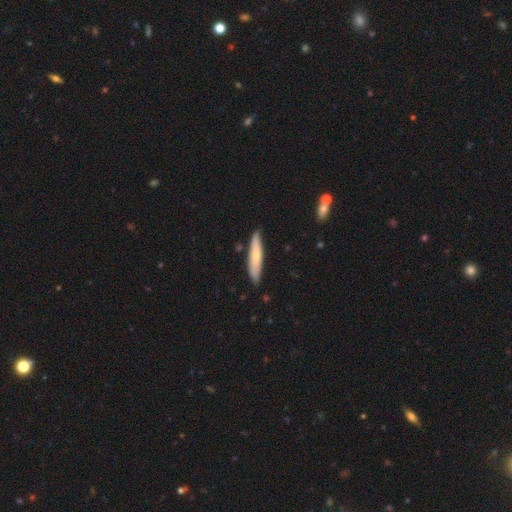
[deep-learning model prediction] Morphology: type=smooth (65%); roundness=cigar-shaped (86%); merging=none (82%).